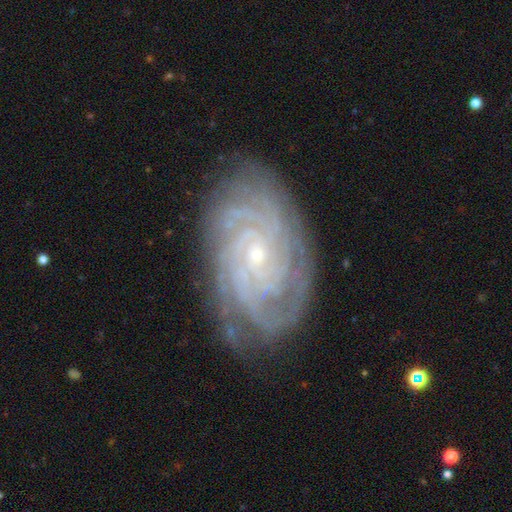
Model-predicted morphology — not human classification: This is clearly a featured or disk galaxy (90%). It is clearly not viewed edge-on (97%). Bar: likely no (70%). Spiral arm pattern: clearly yes (98%). Spiral arm count: marginally 4 (29%). Spiral winding: clearly tight (81%). Central bulge: clearly small (80%). Merging: likely none (80%).